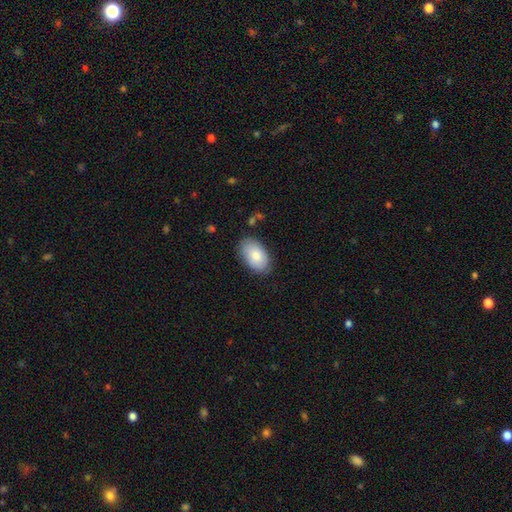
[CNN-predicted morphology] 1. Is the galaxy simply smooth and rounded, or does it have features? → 81% smooth, 13% featured or disk, 6% star or artifact.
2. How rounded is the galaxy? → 93% in between, 5% round, 1% cigar-shaped.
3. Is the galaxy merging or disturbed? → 81% none, 15% minor disturbance, 3% major disturbance, 1% merger.